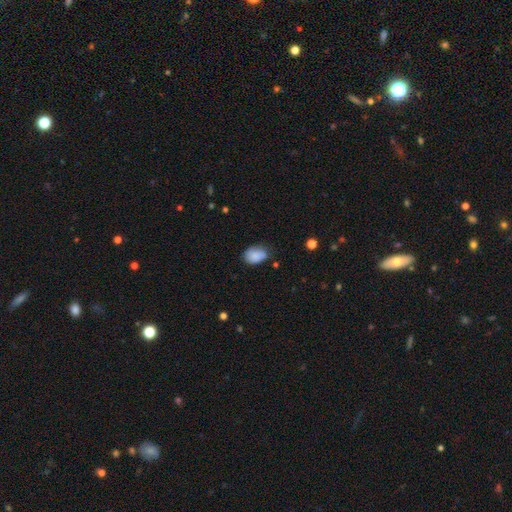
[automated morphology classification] This is clearly a smooth galaxy (85%). How rounded: likely in between (80%). Merging: possibly none (60%).